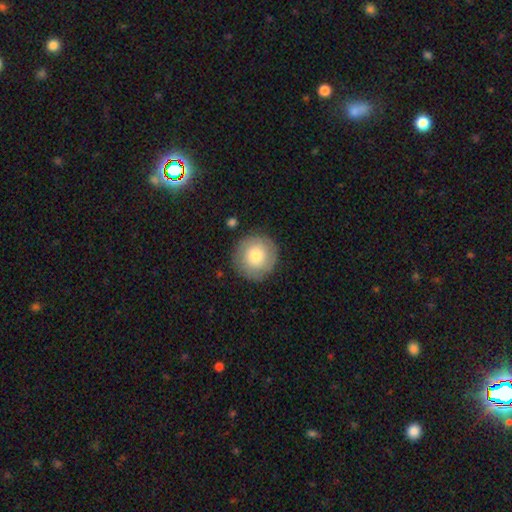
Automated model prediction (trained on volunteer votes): A smooth galaxy with no disk features (73%) that is round (95%). Merging: none (86%).